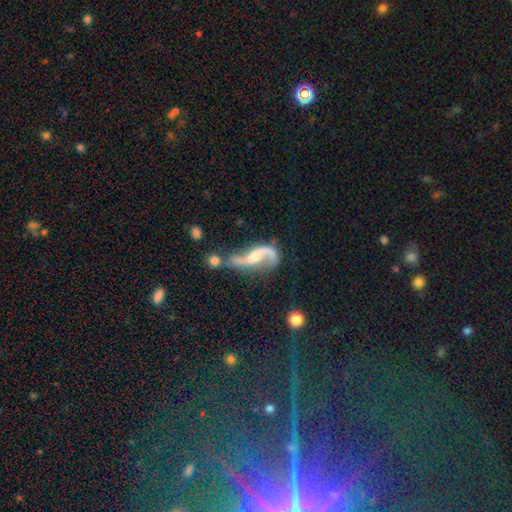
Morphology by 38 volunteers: smooth-or-featured: featured or disk: 84% | smooth: 8% | star or artifact: 8%
  disk-edge-on: no: 97% | yes: 3%
    bar: no: 45% | weak: 39% | strong: 16%
    has-spiral-arms: yes: 90% | no: 10%
      spiral-winding: loose: 86% | medium: 11% | tight: 4%
      spiral-arm-count: 2: 75% | 1: 25% | 3: 0% | 4: 0% | more than 4: 0% | can't tell: 0%
    bulge-size: moderate: 61% | small: 23% | large: 6% | none: 6% | dominant: 3%
  merging: none: 43% | major disturbance: 26% | merger: 26% | minor disturbance: 6%